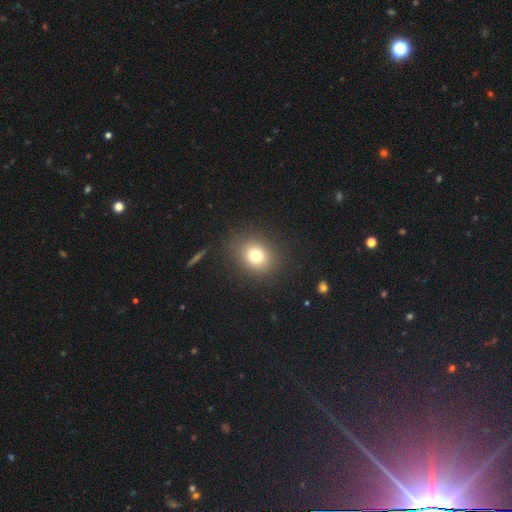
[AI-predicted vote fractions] Overall: smooth (76%). How rounded: round (64%; in between 35%). Merging: none (86%).